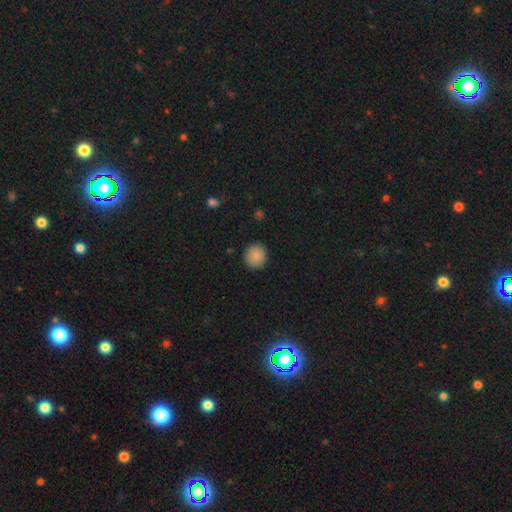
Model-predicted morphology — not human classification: This is clearly a smooth galaxy (88%). How rounded: clearly round (91%). Merging: clearly none (90%).